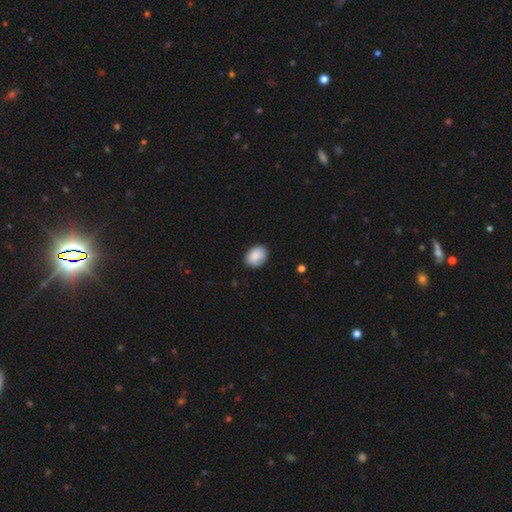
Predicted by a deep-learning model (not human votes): smooth-or-featured: smooth: 86% | featured or disk: 7% | star or artifact: 7%
  how-rounded: in between: 65% | round: 34% | cigar-shaped: 1%
  merging: none: 83% | minor disturbance: 14% | major disturbance: 2% | merger: 1%